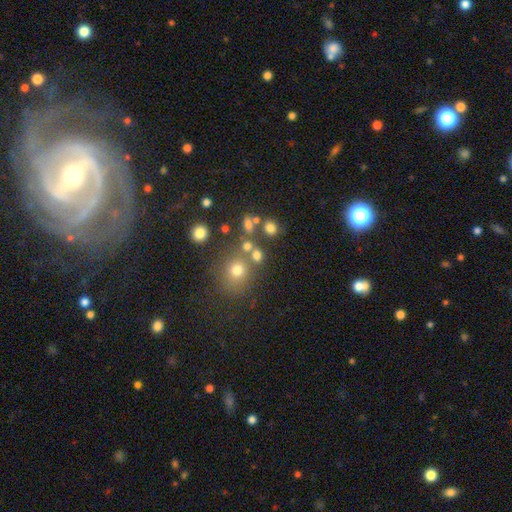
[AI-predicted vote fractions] Morphology: type=smooth (58%); roundness=round (84%); merging=none (67%).